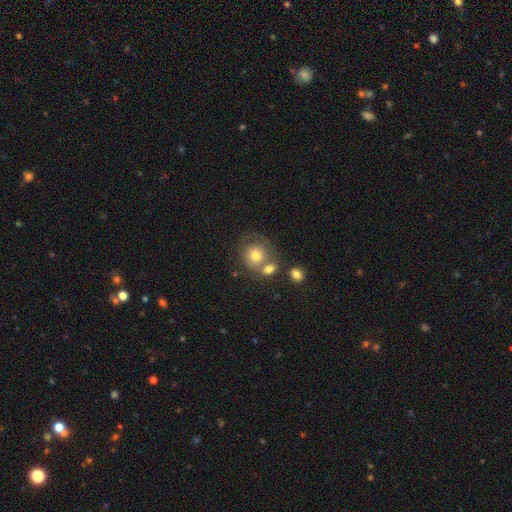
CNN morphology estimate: Smooth or featured?
  - smooth: 68% *
  - featured or disk: 22%
  - star or artifact: 9%
How rounded?
  - round: 81% *
  - in between: 18%
  - cigar-shaped: 1%
Merging?
  - none: 42% *
  - merger: 34%
  - minor disturbance: 15%
  - major disturbance: 10%